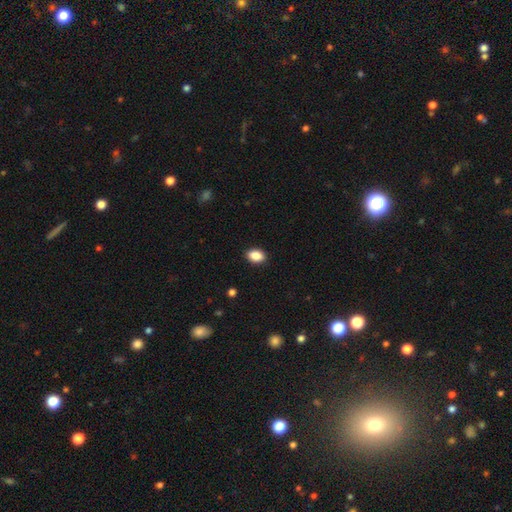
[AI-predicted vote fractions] smooth_or_featured: smooth (p=0.88) [alt: star or artifact p=0.08]
how_rounded: in between (p=0.81) [alt: round p=0.18]
merging: none (p=0.90) [alt: minor disturbance p=0.07]